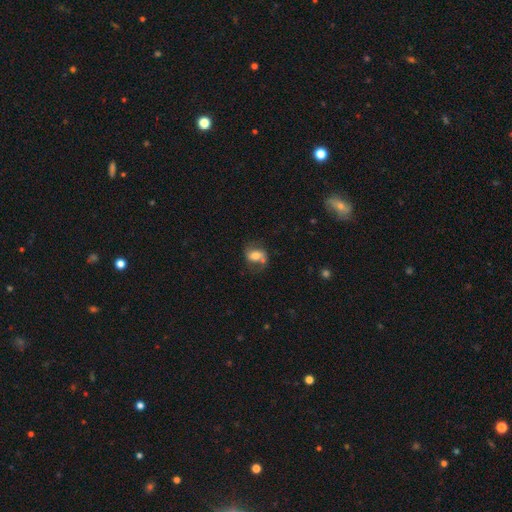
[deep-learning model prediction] Smooth or featured? smooth (50%)
How rounded? in between (69%)
Merging? none (50%)